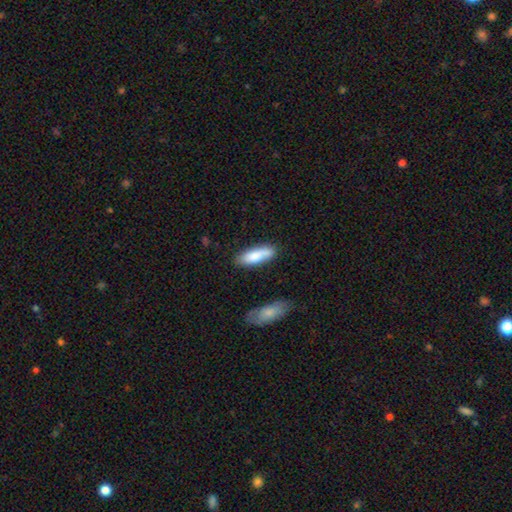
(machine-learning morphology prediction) Smooth or featured? smooth (80%)
How rounded? in between (56%)
Merging? none (74%)